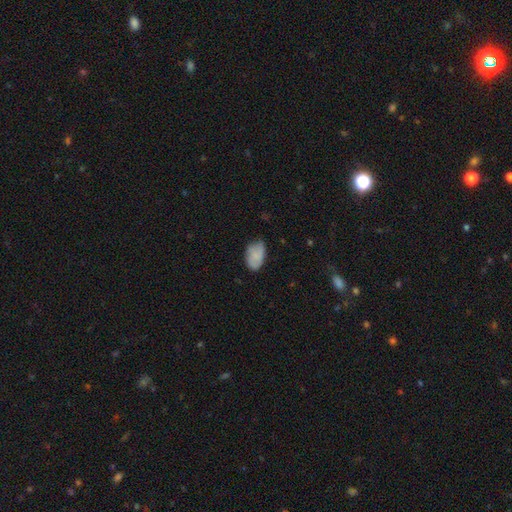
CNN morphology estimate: This is likely a smooth galaxy (77%). How rounded: clearly in between (92%). Merging: likely none (65%).